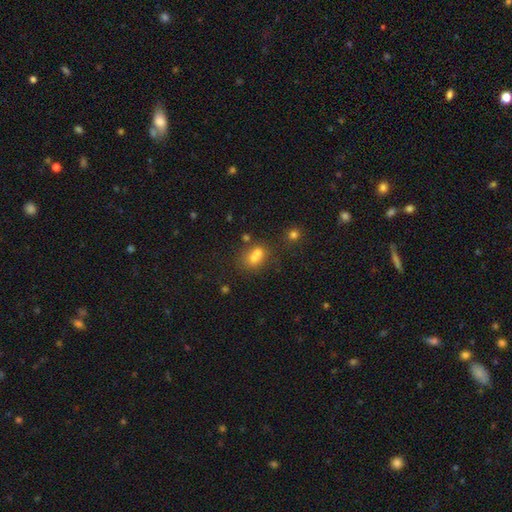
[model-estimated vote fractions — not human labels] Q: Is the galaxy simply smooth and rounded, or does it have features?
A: smooth — 66%.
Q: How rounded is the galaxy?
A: round — 60%.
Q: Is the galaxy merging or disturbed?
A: merger — 58%.